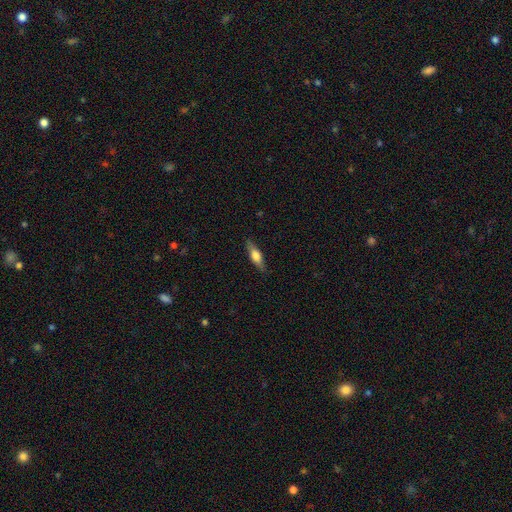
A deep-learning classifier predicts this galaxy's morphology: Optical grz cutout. It shows a smooth galaxy with no disk features (55%) that is cigar-shaped (54%). Merging: none (85%).